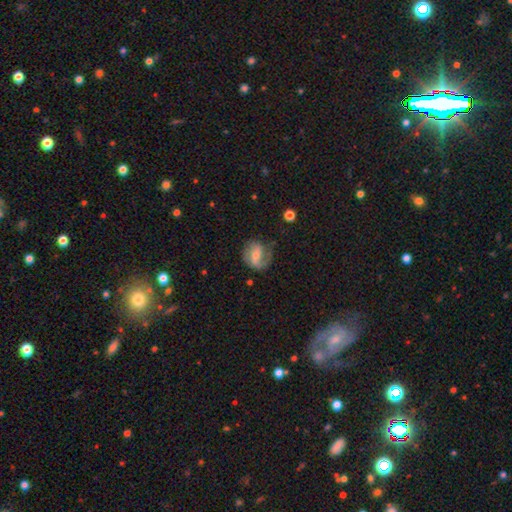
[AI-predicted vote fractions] smooth_or_featured: featured or disk (p=0.68) [alt: smooth p=0.25]
disk_edge_on: no (p=0.97) [alt: yes p=0.03]
bar: weak (p=0.44) [alt: strong p=0.32]
has_spiral_arms: yes (p=0.88) [alt: no p=0.12]
spiral_winding: medium (p=0.43) [alt: loose p=0.32]
spiral_arm_count: 2 (p=0.59) [alt: 1 p=0.28]
bulge_size: small (p=0.54) [alt: moderate p=0.34]
merging: none (p=0.58) [alt: minor disturbance p=0.23]